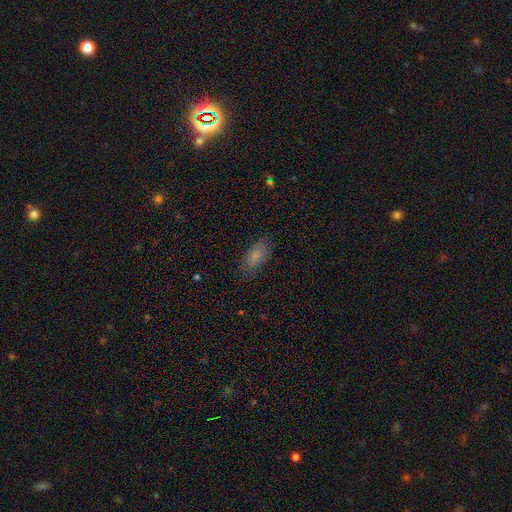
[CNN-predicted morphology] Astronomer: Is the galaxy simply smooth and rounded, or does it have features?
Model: smooth — 78%.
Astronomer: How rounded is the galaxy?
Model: in between — 88%.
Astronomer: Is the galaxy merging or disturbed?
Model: none — 79%.